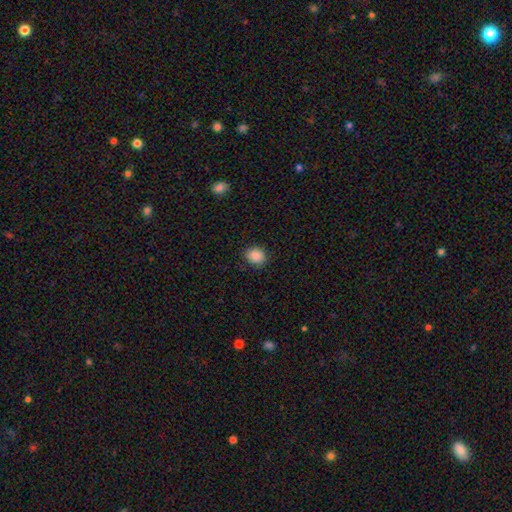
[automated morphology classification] This appears to be a smooth galaxy with no disk features (88%) that is round (68%). Merging: none (87%).